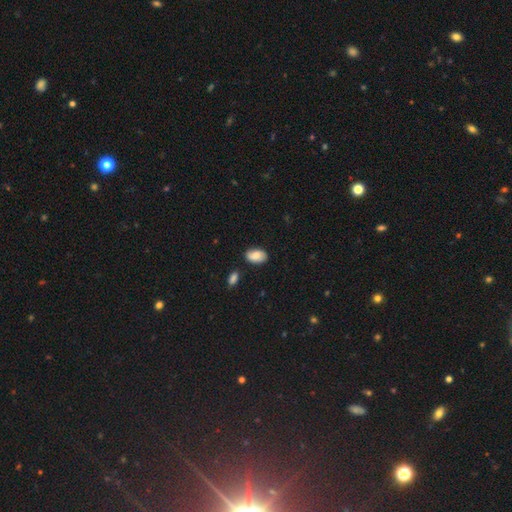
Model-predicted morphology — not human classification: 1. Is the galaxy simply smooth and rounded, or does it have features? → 79% smooth, 13% featured or disk, 7% star or artifact.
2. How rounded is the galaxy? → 92% in between, 7% round, 2% cigar-shaped.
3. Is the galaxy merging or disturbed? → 78% none, 15% minor disturbance, 4% merger, 3% major disturbance.